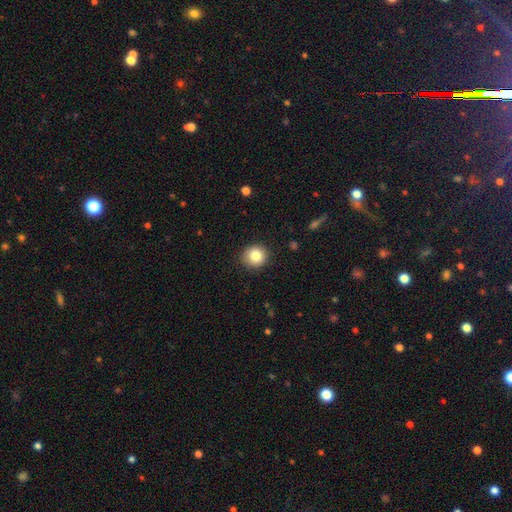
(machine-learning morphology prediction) A smooth galaxy with no disk features (83%) that is round (90%). Merging: none (89%).